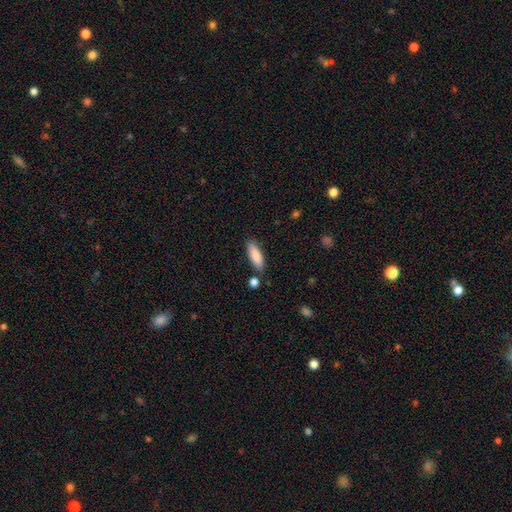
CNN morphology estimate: smooth_or_featured: smooth (p=0.86) [alt: featured or disk p=0.08]
how_rounded: in between (p=0.54) [alt: cigar-shaped p=0.44]
merging: none (p=0.80) [alt: minor disturbance p=0.12]